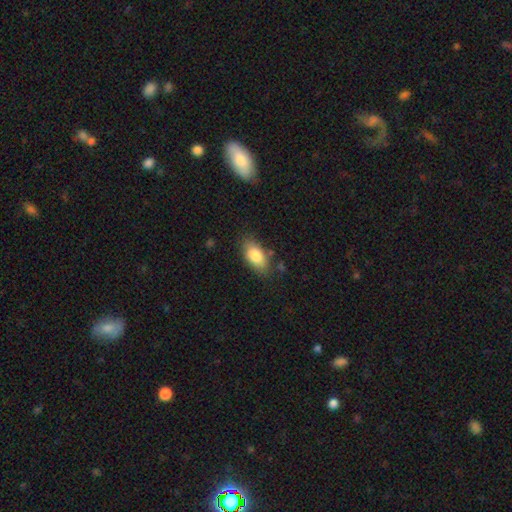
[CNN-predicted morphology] smooth-or-featured: smooth: 82% | featured or disk: 11% | star or artifact: 7%
  how-rounded: in between: 90% | cigar-shaped: 6% | round: 4%
  merging: none: 78% | minor disturbance: 16% | major disturbance: 4% | merger: 3%